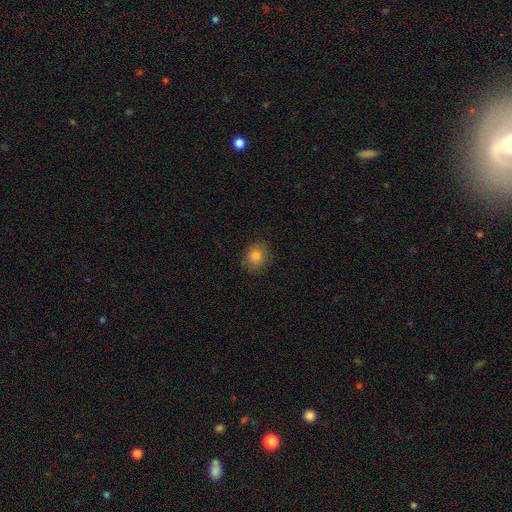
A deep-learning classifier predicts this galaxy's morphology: This appears to be a smooth galaxy with no disk features (82%) that is round (73%). Merging: none (87%).